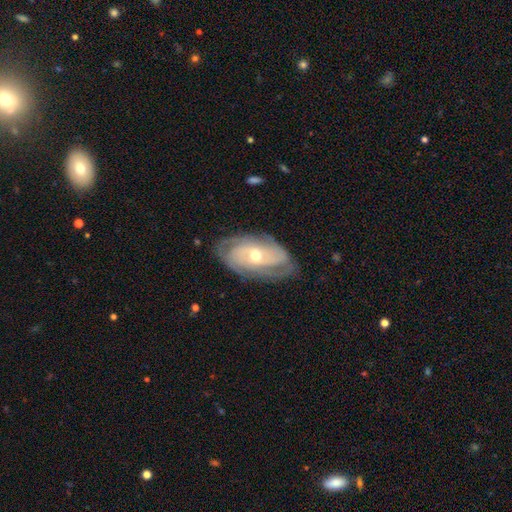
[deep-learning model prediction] smooth-or-featured: featured or disk: 79% | smooth: 15% | star or artifact: 6%
  disk-edge-on: no: 93% | yes: 7%
    bar: no: 63% | weak: 28% | strong: 10%
    has-spiral-arms: yes: 90% | no: 10%
      spiral-winding: tight: 58% | medium: 31% | loose: 10%
      spiral-arm-count: 2: 38% | can't tell: 31% | 3: 17% | 4: 5% | 1: 4% | more than 4: 4%
    bulge-size: moderate: 63% | small: 32% | large: 3% | dominant: 1% | none: 1%
  merging: none: 74% | minor disturbance: 18% | major disturbance: 7% | merger: 1%